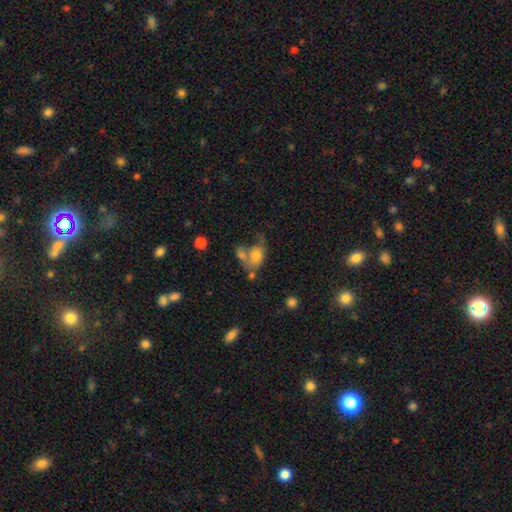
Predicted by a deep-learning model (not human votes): Smooth or featured? smooth (69%)
How rounded? in between (65%)
Merging? merger (47%)